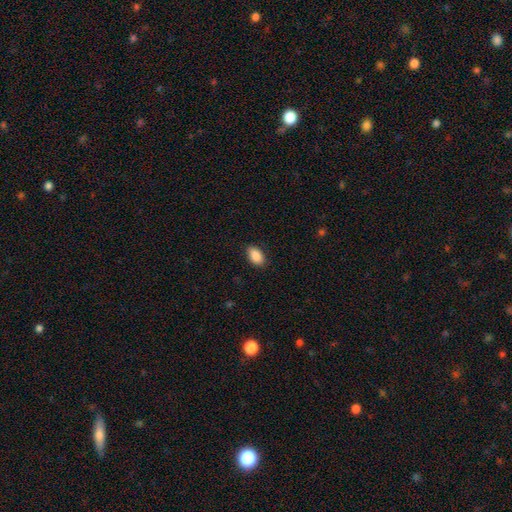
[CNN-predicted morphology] Smooth or featured? Predicted: smooth (p=0.89). How rounded? Predicted: in between (p=0.92). Merging? Predicted: none (p=0.87).